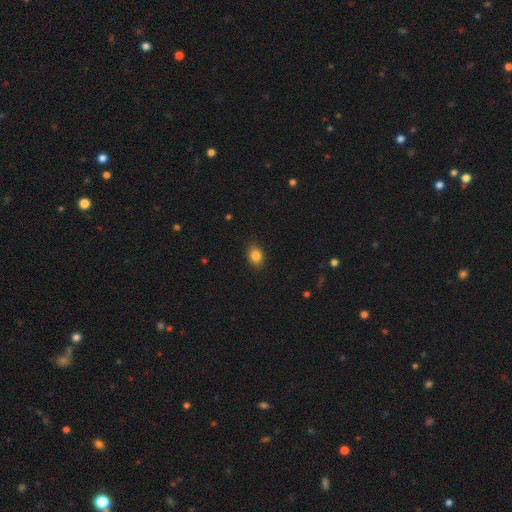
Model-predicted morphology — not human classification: smooth-or-featured: smooth: 85% | star or artifact: 10% | featured or disk: 5%
  how-rounded: in between: 61% | round: 38% | cigar-shaped: 1%
  merging: none: 87% | minor disturbance: 10% | major disturbance: 2% | merger: 1%